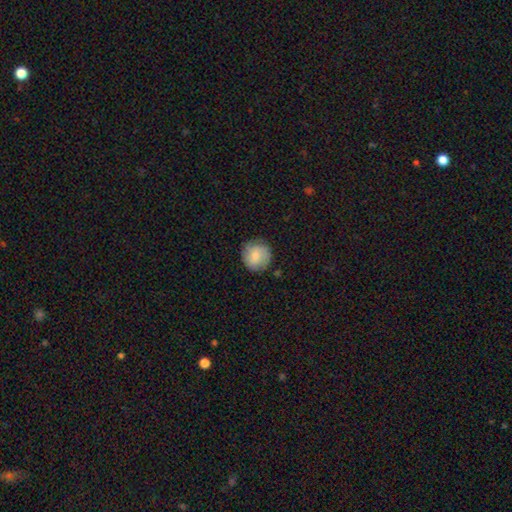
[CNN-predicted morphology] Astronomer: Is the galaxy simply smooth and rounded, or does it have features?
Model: smooth — 71%.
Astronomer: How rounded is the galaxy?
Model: round — 92%.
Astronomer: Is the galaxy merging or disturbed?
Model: none — 79%.